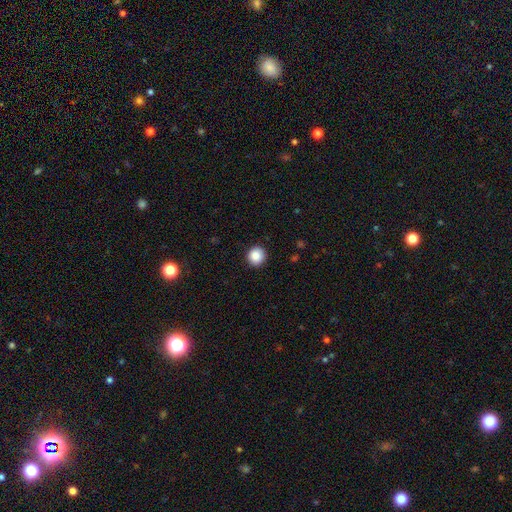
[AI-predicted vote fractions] smooth-or-featured: smooth: 87% | star or artifact: 9% | featured or disk: 4%
  how-rounded: round: 93% | in between: 6% | cigar-shaped: 1%
  merging: none: 92% | minor disturbance: 5% | major disturbance: 2% | merger: 1%